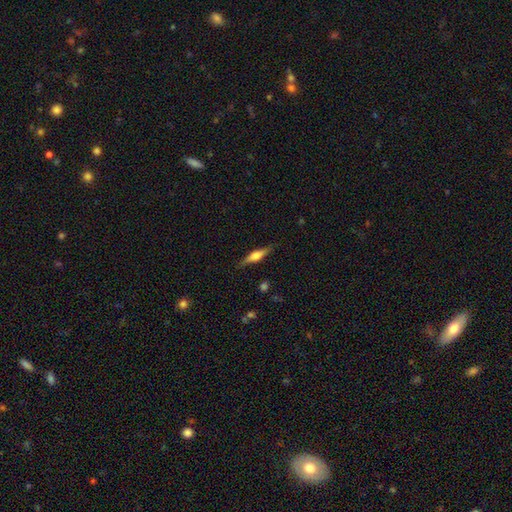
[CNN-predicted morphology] A featured or disk galaxy (59%) viewed edge-on (96%) with a rounded central bulge (85%). Merging: none (85%).